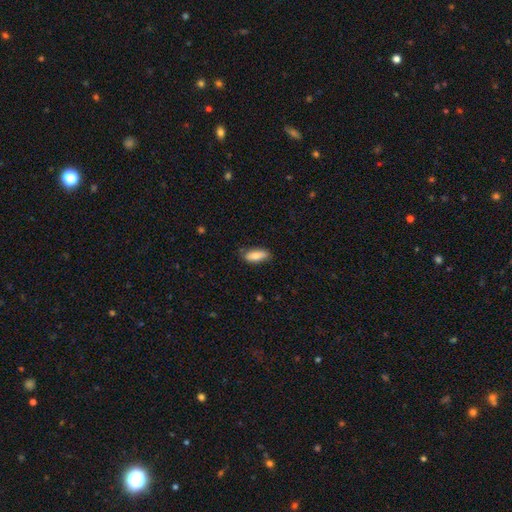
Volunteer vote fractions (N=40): Smooth or featured?
  - smooth: 75% *
  - featured or disk: 18%
  - star or artifact: 8%
How rounded?
  - in between: 73% *
  - cigar-shaped: 27%
  - round: 0%
Merging?
  - none: 70% *
  - minor disturbance: 24%
  - major disturbance: 3%
  - merger: 3%